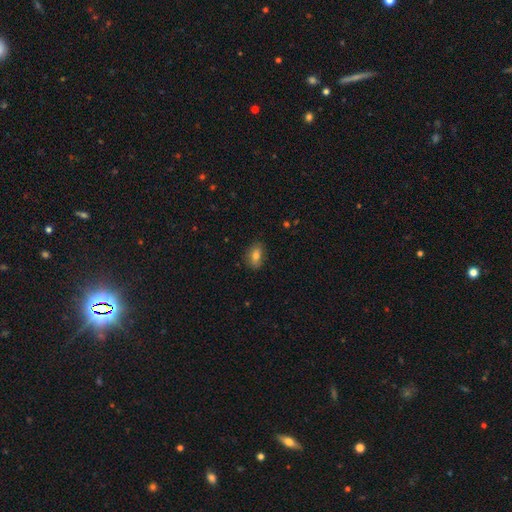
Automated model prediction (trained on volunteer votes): A smooth galaxy with no disk features (75%) that is in between round and cigar-shaped (83%).

Vote fractions:
- Smooth or featured? smooth: 75% / featured or disk: 15% / star or artifact: 10%
- How rounded? in between: 83% / round: 13% / cigar-shaped: 4%
- Merging? none: 82% / minor disturbance: 14% / major disturbance: 3% / merger: 1%